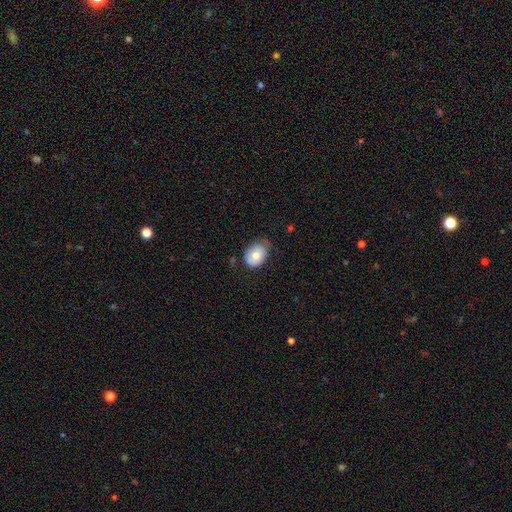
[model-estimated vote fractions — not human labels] Smooth or featured? Predicted: smooth (p=0.69). How rounded? Predicted: in between (p=0.61). Merging? Predicted: none (p=0.56).